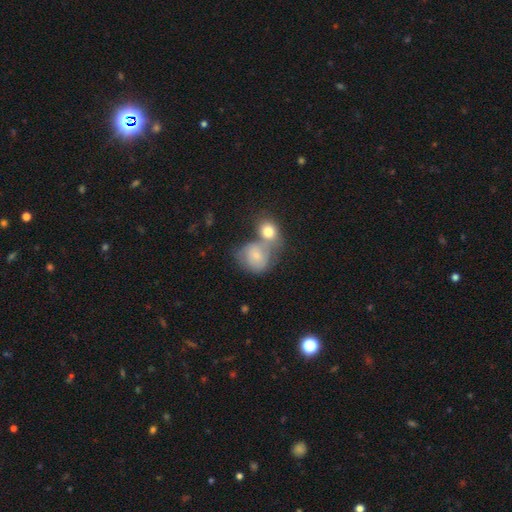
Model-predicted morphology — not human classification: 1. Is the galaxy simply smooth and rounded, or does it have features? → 70% smooth, 22% featured or disk, 8% star or artifact.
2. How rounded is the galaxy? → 67% round, 31% in between, 1% cigar-shaped.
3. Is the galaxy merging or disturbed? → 58% merger, 25% none, 11% minor disturbance, 7% major disturbance.